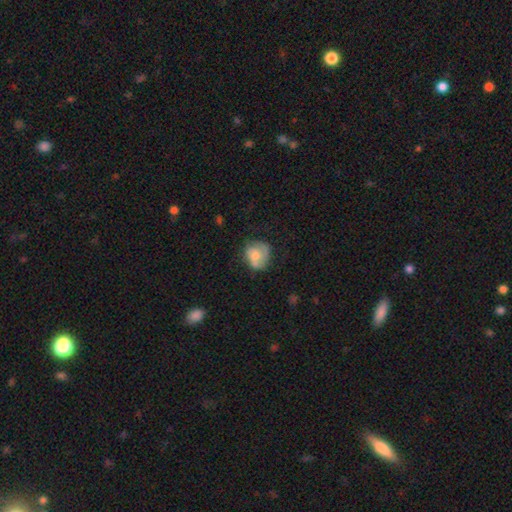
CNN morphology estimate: A smooth galaxy with no disk features (52%) that is round (69%). Merging: none (53%).